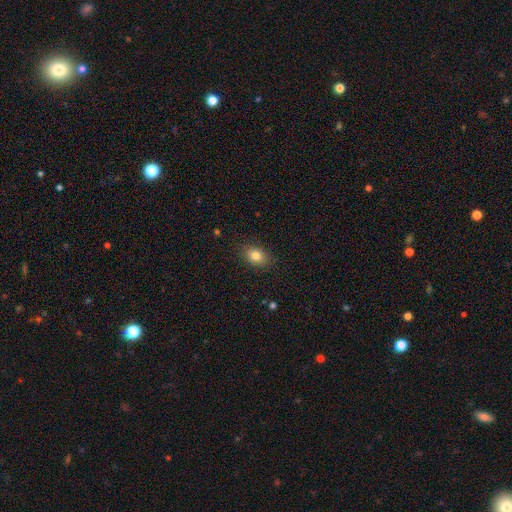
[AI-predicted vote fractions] A smooth galaxy with no disk features (82%) that is in between round and cigar-shaped (74%).

Vote fractions:
- Smooth or featured? smooth: 82% / star or artifact: 10% / featured or disk: 8%
- How rounded? in between: 74% / round: 25% / cigar-shaped: 1%
- Merging? none: 86% / minor disturbance: 10% / major disturbance: 3% / merger: 1%